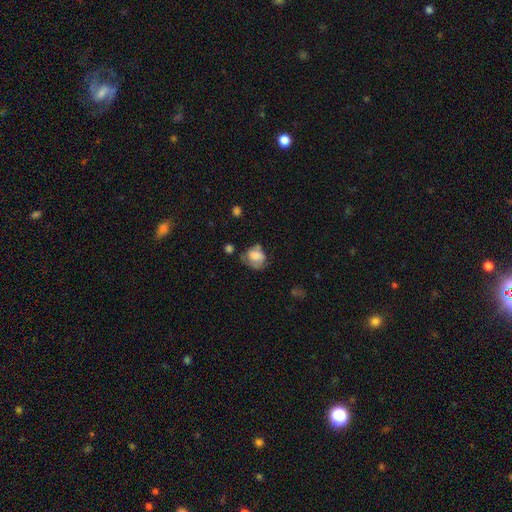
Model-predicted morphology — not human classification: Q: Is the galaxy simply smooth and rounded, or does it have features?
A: smooth — 69%.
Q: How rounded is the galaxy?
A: in between — 50%.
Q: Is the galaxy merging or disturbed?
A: none — 37%.